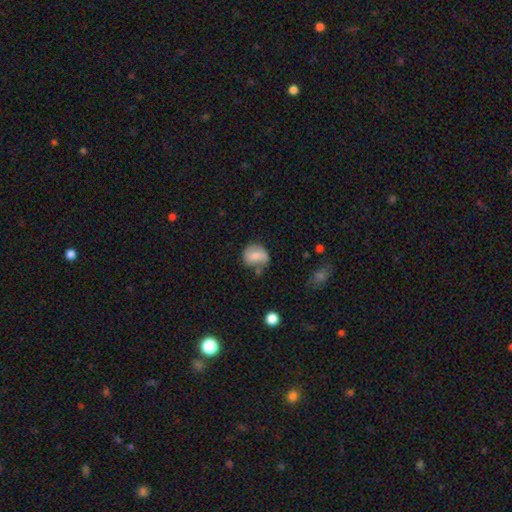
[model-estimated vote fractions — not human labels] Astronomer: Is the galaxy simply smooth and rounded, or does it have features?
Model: smooth — 62%.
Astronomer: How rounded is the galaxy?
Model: round — 68%.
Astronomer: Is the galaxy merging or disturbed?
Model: none — 49% (runner-up: minor disturbance, 30%).